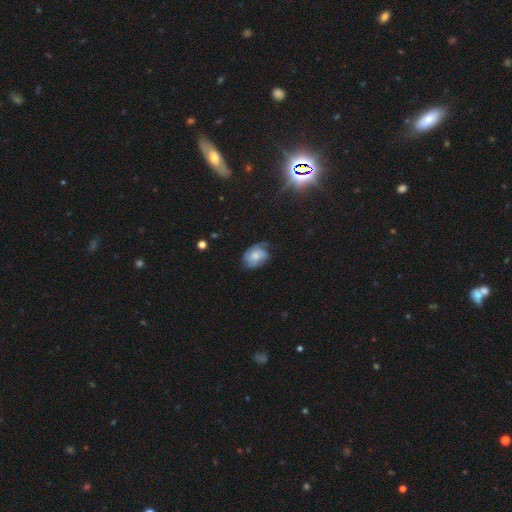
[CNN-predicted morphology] Smooth or featured?
  - featured or disk: 51% *
  - smooth: 40%
  - star or artifact: 9%
Edge-on disk?
  - no: 97% *
  - yes: 3%
Merging?
  - none: 52% *
  - minor disturbance: 31%
  - major disturbance: 16%
  - merger: 2%